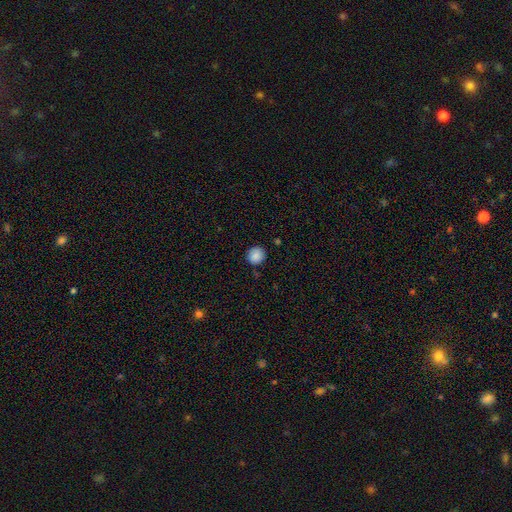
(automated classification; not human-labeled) This appears to be a smooth galaxy with no disk features (88%) that is round (89%). Merging: none (86%).